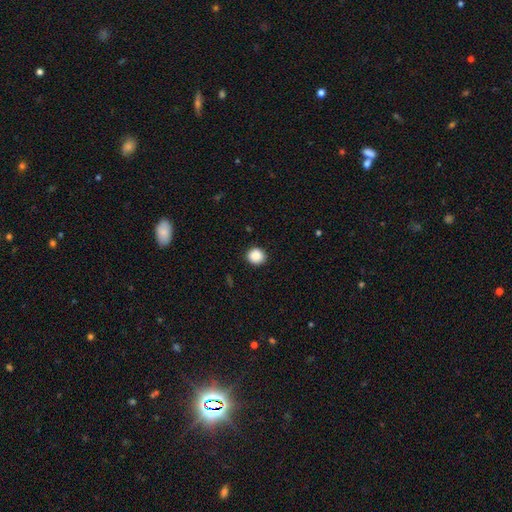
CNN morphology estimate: smooth_or_featured: smooth (p=0.88) [alt: star or artifact p=0.09]
how_rounded: round (p=0.88) [alt: in between p=0.11]
merging: none (p=0.91) [alt: minor disturbance p=0.06]